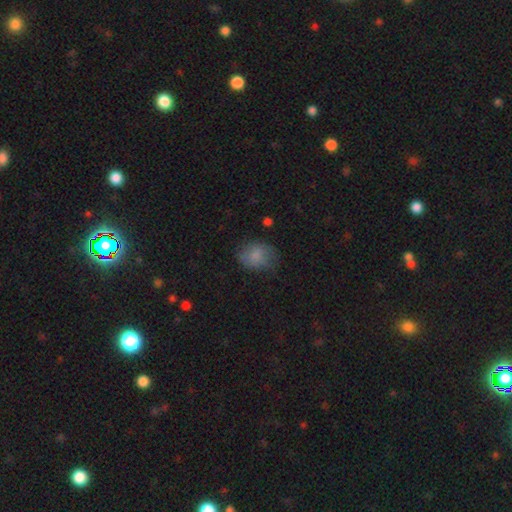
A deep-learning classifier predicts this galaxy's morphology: This is likely a smooth galaxy (76%). How rounded: possibly in between (60%). Merging: possibly none (54%).